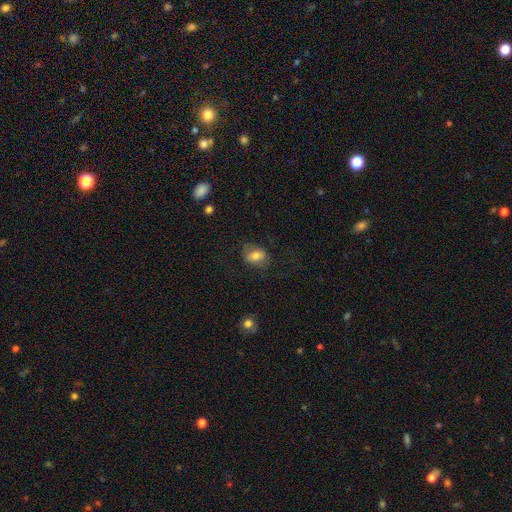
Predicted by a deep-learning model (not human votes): Smooth or featured?
  - smooth: 74% *
  - featured or disk: 17%
  - star or artifact: 9%
How rounded?
  - in between: 70% *
  - round: 28%
  - cigar-shaped: 2%
Merging?
  - none: 71% *
  - minor disturbance: 19%
  - major disturbance: 9%
  - merger: 1%